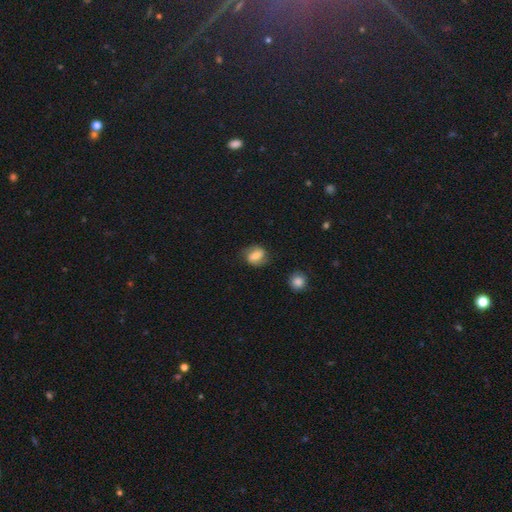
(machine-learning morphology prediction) smooth_or_featured: smooth (p=0.56) [alt: featured or disk p=0.35]
how_rounded: in between (p=0.53) [alt: round p=0.45]
merging: none (p=0.74) [alt: minor disturbance p=0.17]